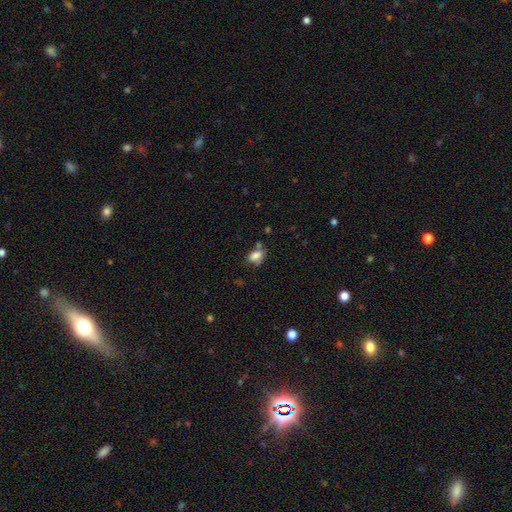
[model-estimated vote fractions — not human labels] Smooth or featured: smooth — 77% (featured or disk — 12%)
How rounded: in between — 82% (round — 16%)
Merging: none — 46% (minor disturbance — 25%)